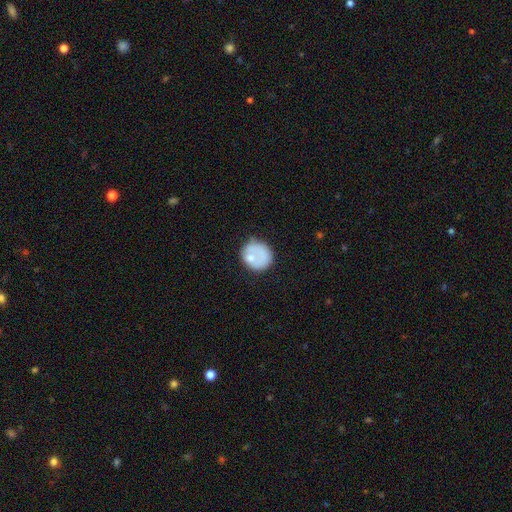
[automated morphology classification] A smooth galaxy with no disk features (69%) that is round (79%). Merging: none (56%).